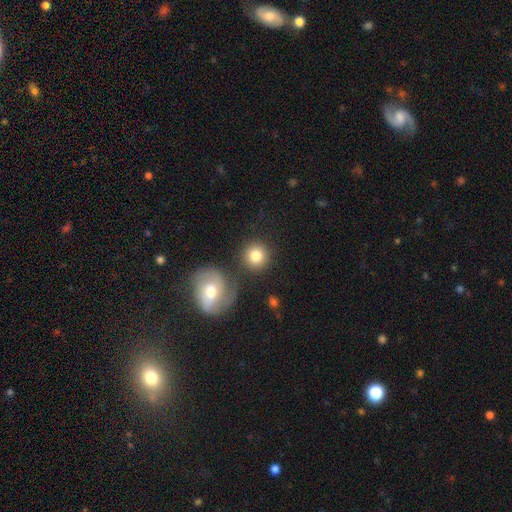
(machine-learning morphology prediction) Smooth or featured: smooth — 81% (featured or disk — 11%)
How rounded: round — 92% (in between — 7%)
Merging: none — 75% (merger — 13%)